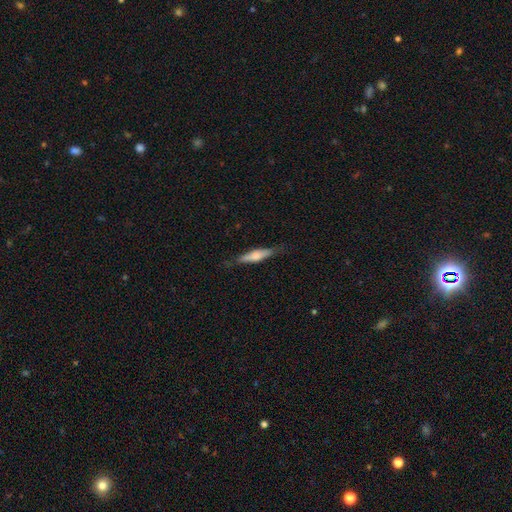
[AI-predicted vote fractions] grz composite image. It shows a smooth galaxy with no disk features (56%) that is cigar-shaped (80%). Merging: none (79%).